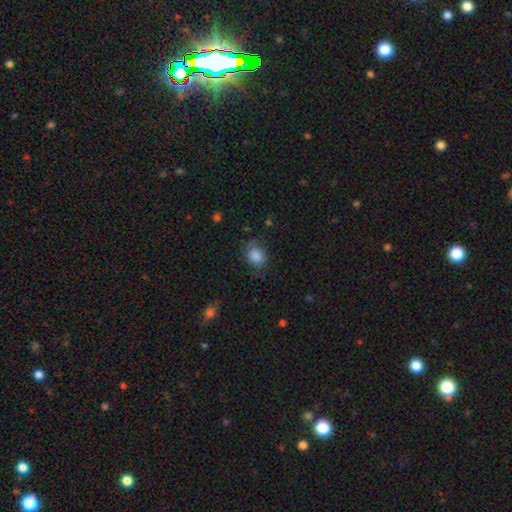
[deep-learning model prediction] A smooth galaxy with no disk features (83%) that is in between round and cigar-shaped (61%).

Vote fractions:
- Smooth or featured? smooth: 83% / featured or disk: 9% / star or artifact: 8%
- How rounded? in between: 61% / round: 38% / cigar-shaped: 1%
- Merging? none: 65% / minor disturbance: 25% / major disturbance: 9% / merger: 2%